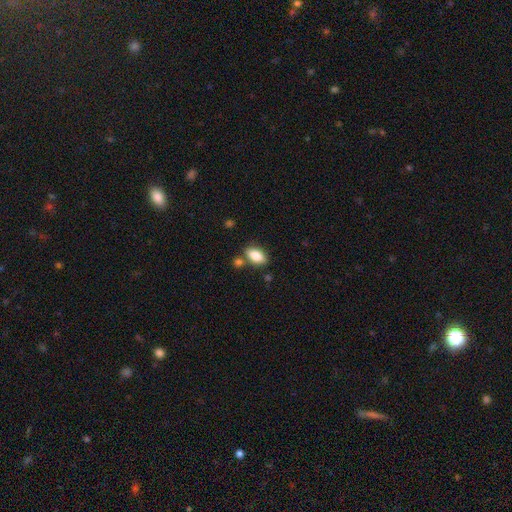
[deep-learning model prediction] smooth 84%, featured or disk 8%, star or artifact 7%. Down the decision tree: how rounded — in between (90%); merging — none (72%).